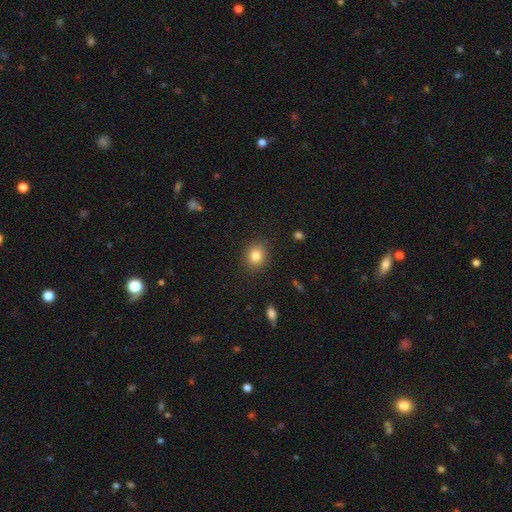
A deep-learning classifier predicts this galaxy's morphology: Smooth or featured? smooth (83%)
How rounded? round (71%)
Merging? none (88%)